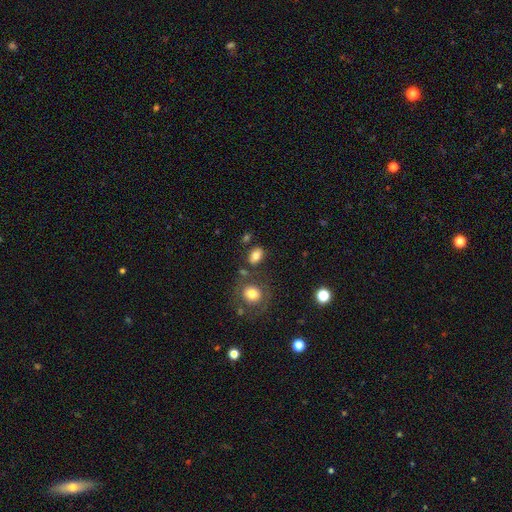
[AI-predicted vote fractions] Q: Smooth or featured?
A: smooth (78%); runner-up: featured or disk (12%)
Q: How rounded?
A: in between (82%); runner-up: round (16%)
Q: Merging?
A: none (73%); runner-up: minor disturbance (13%)